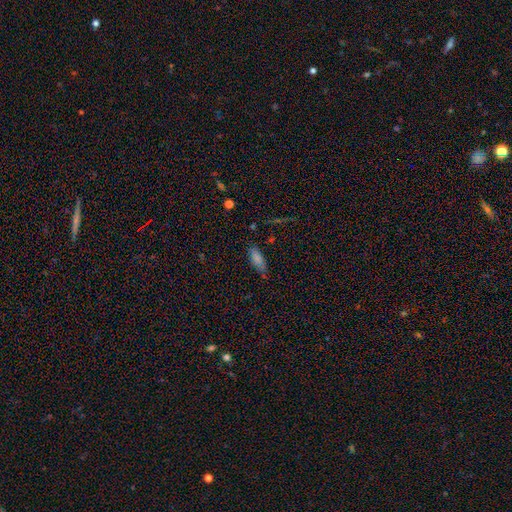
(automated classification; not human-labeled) Smooth or featured? smooth (70%)
How rounded? in between (62%)
Merging? none (72%)